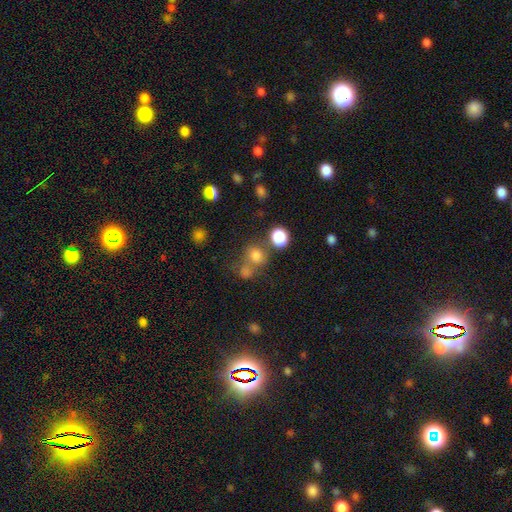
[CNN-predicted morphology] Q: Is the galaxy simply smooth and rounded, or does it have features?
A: smooth — 72%.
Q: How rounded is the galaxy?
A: round — 79%.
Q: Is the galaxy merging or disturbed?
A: none — 51%.